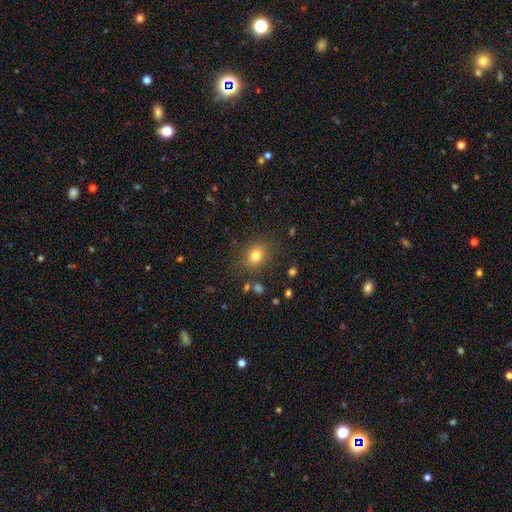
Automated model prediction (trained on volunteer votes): smooth-or-featured: smooth: 78% | star or artifact: 14% | featured or disk: 8%
  how-rounded: round: 62% | in between: 37% | cigar-shaped: 1%
  merging: none: 84% | minor disturbance: 10% | major disturbance: 4% | merger: 2%